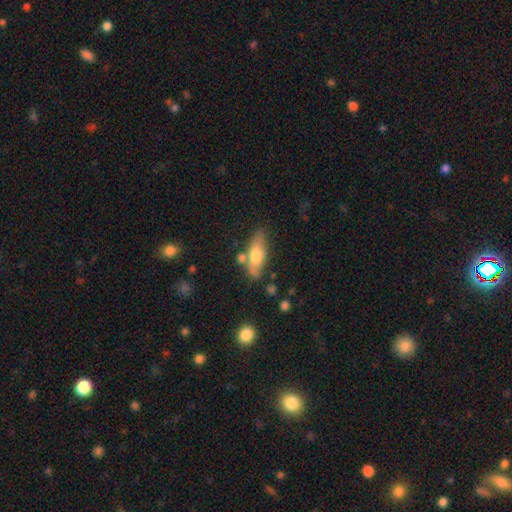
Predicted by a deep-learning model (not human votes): A smooth galaxy with no disk features (62%) that is in between round and cigar-shaped (63%). Merging: none (67%).